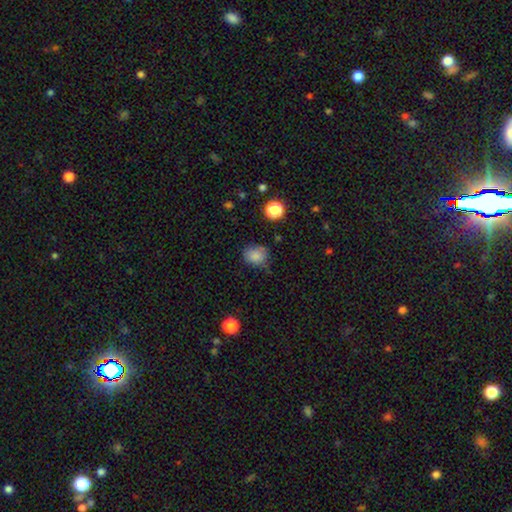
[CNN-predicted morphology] This is clearly a smooth galaxy (82%). How rounded: likely round (61%). Merging: likely none (65%).